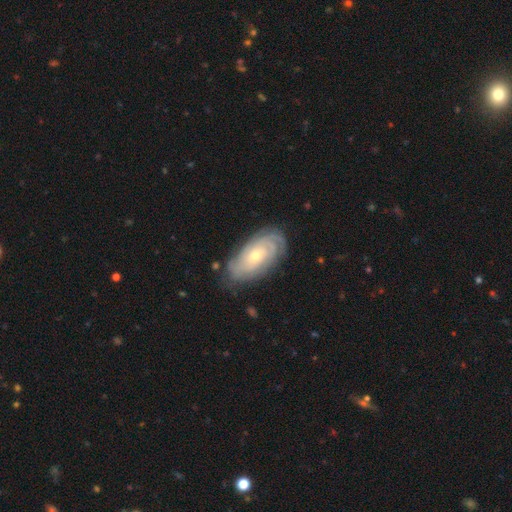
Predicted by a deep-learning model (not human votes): This is likely a featured or disk galaxy (78%). It is clearly not viewed edge-on (93%). Bar: likely no (77%). Spiral arm pattern: clearly yes (93%). Spiral arm count: marginally can't tell (45%). Spiral winding: likely tight (78%). Central bulge: possibly small (54%). Merging: likely none (76%).